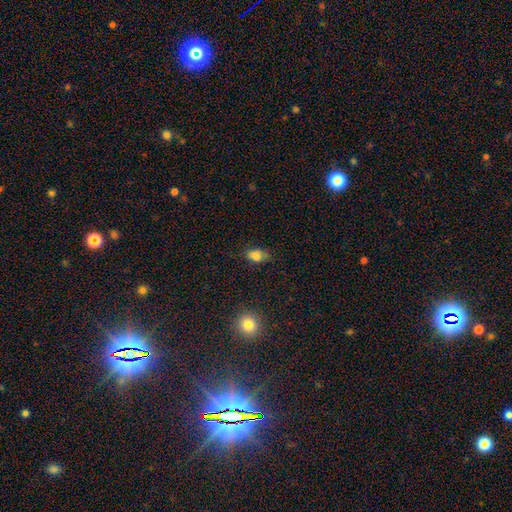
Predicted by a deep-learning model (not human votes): Smooth or featured? Predicted: smooth (p=0.75). How rounded? Predicted: in between (p=0.80). Merging? Predicted: none (p=0.59).